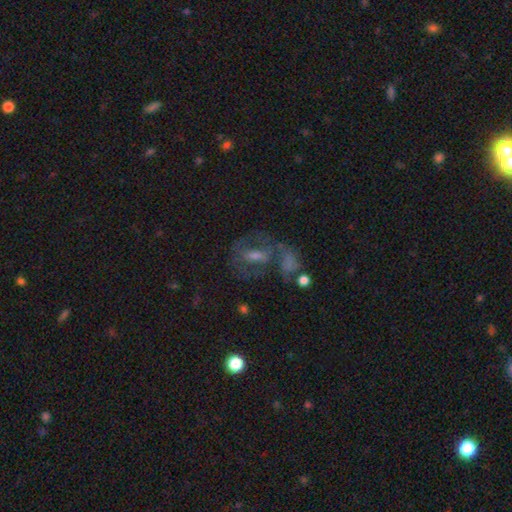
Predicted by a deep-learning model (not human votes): Smooth or featured? featured or disk (53%)
Edge-on disk? no (93%)
Merging? none (41%)